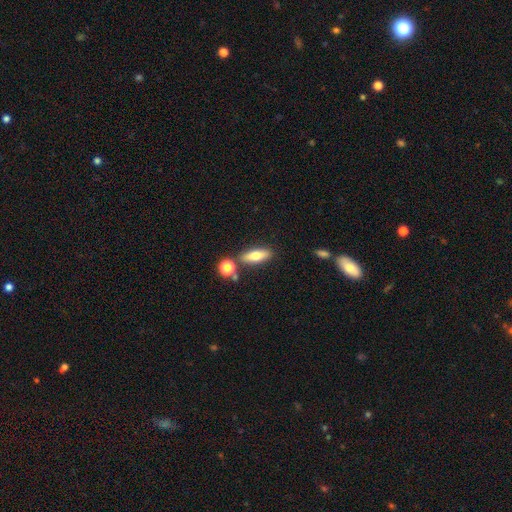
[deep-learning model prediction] smooth-or-featured: smooth: 66% | featured or disk: 26% | star or artifact: 8%
  how-rounded: in between: 53% | cigar-shaped: 43% | round: 4%
  merging: none: 77% | minor disturbance: 10% | merger: 9% | major disturbance: 3%